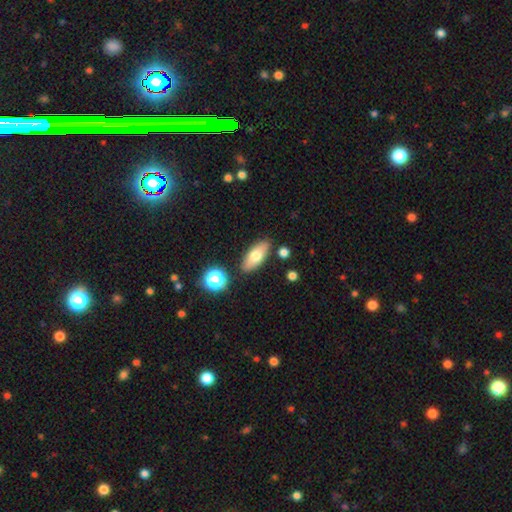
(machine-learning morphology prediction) This appears to be a smooth galaxy with no disk features (71%) that is in between round and cigar-shaped (79%). Merging: none (83%).